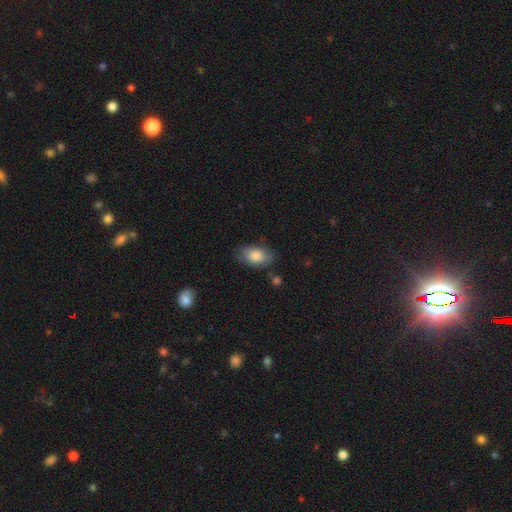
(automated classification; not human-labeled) Smooth or featured?
  - smooth: 83% *
  - featured or disk: 10%
  - star or artifact: 7%
How rounded?
  - in between: 91% *
  - round: 8%
  - cigar-shaped: 2%
Merging?
  - none: 75% *
  - minor disturbance: 18%
  - major disturbance: 4%
  - merger: 3%